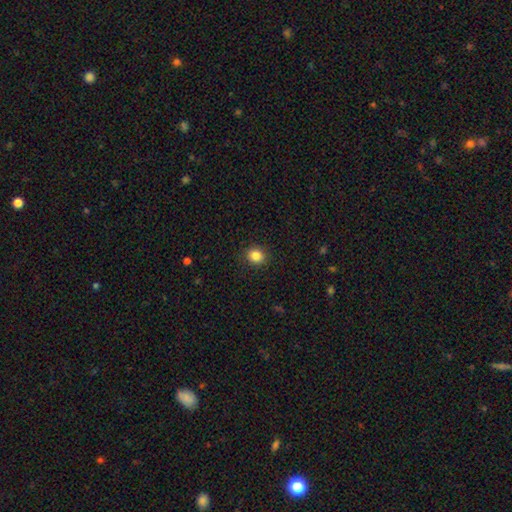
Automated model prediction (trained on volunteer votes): A smooth galaxy with no disk features (85%) that is round (74%).

Vote fractions:
- Smooth or featured? smooth: 85% / star or artifact: 11% / featured or disk: 5%
- How rounded? round: 74% / in between: 25% / cigar-shaped: 1%
- Merging? none: 90% / minor disturbance: 7% / major disturbance: 2% / merger: 1%